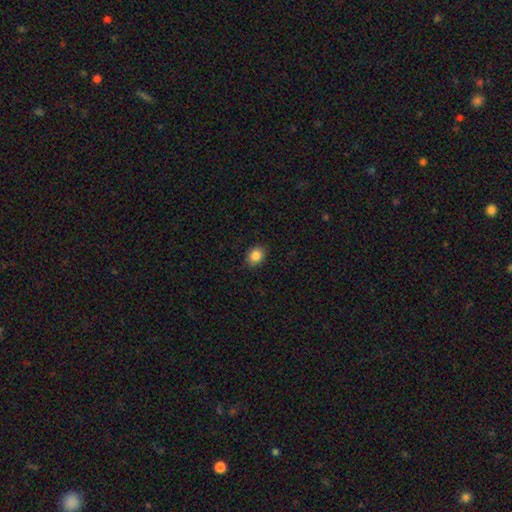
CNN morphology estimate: smooth-or-featured: smooth: 86% | star or artifact: 9% | featured or disk: 5%
  how-rounded: round: 54% | in between: 45% | cigar-shaped: 1%
  merging: none: 88% | minor disturbance: 9% | major disturbance: 2% | merger: 1%